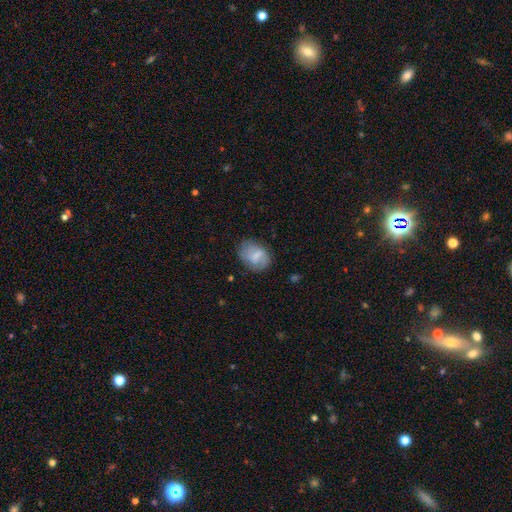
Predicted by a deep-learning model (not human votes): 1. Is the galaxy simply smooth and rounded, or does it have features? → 59% smooth, 33% featured or disk, 8% star or artifact.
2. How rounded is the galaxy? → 68% in between, 31% round, 1% cigar-shaped.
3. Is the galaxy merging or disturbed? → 65% none, 24% minor disturbance, 10% major disturbance, 2% merger.